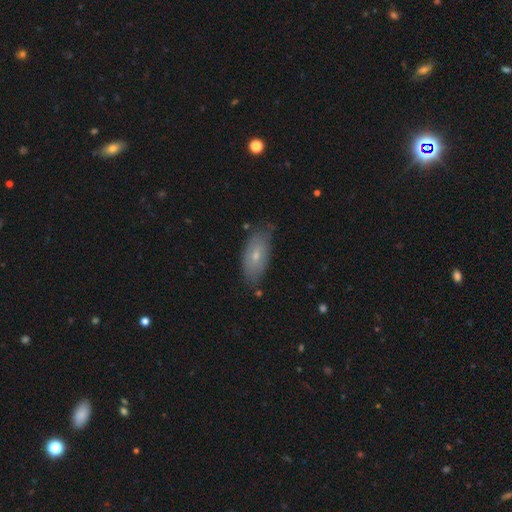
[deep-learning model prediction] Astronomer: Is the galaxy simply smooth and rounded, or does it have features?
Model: smooth — 57% (runner-up: featured or disk, 36%).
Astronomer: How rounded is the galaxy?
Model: in between — 86%.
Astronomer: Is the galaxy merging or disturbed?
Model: none — 72%.